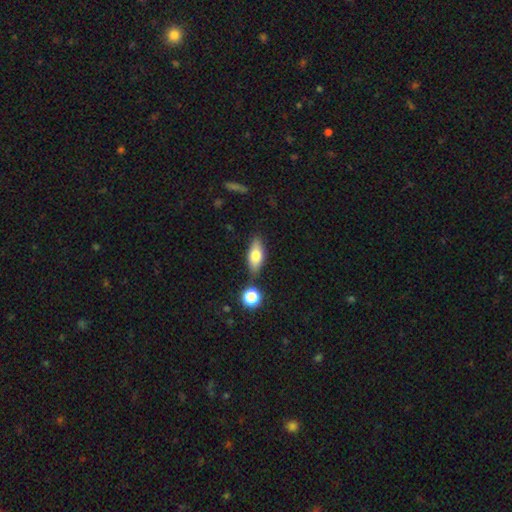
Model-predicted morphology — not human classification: Overall: smooth (72%). How rounded: in between (77%). Merging: none (78%).